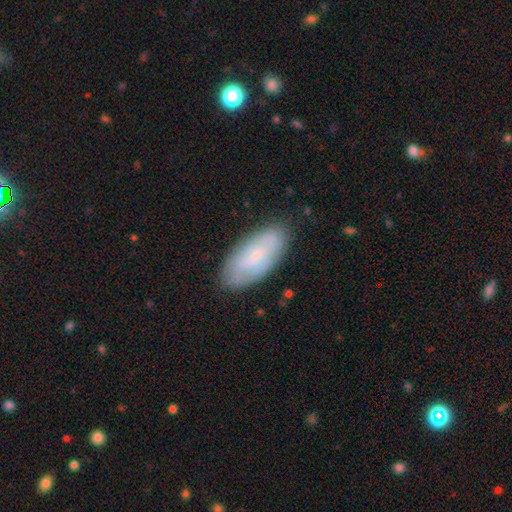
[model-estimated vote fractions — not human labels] Smooth or featured? smooth (55%)
How rounded? in between (88%)
Merging? none (81%)